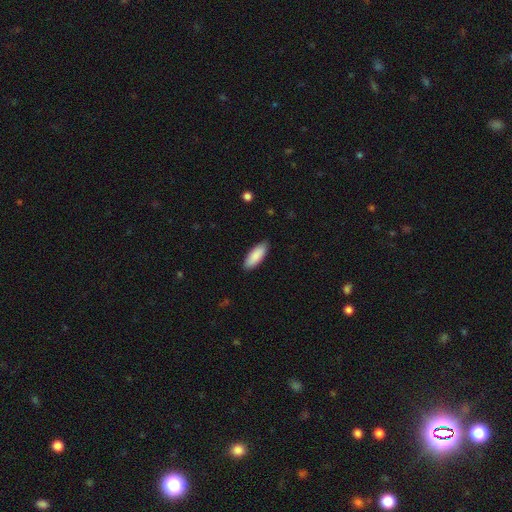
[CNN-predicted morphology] smooth 89%, featured or disk 6%, star or artifact 5%. Down the decision tree: how rounded — in between (73%); merging — none (88%).